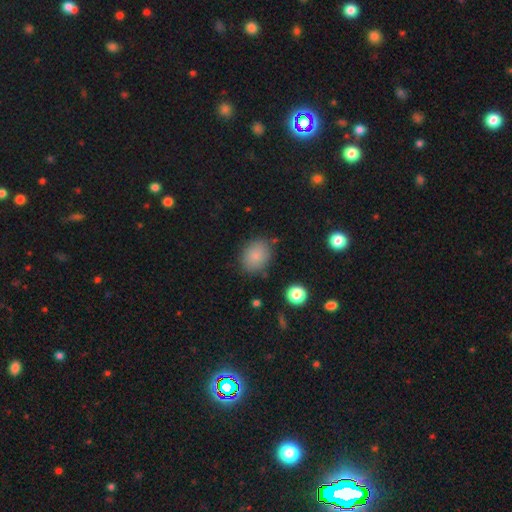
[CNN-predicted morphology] This is clearly a smooth galaxy (82%). How rounded: possibly in between (52%). Merging: likely none (79%).